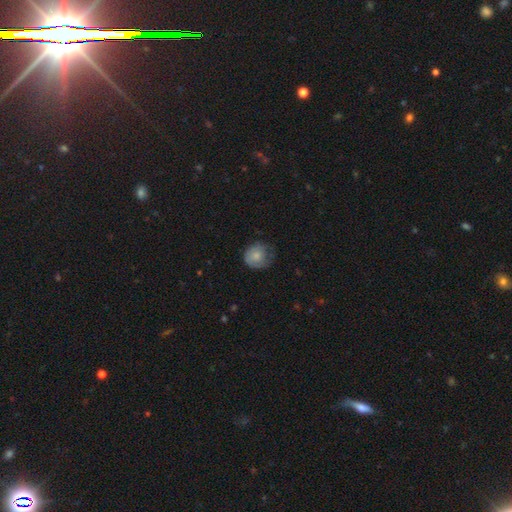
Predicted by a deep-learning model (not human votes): Smooth or featured?
  - smooth: 73% *
  - featured or disk: 20%
  - star or artifact: 7%
How rounded?
  - round: 83% *
  - in between: 16%
  - cigar-shaped: 1%
Merging?
  - none: 53% *
  - minor disturbance: 30%
  - major disturbance: 15%
  - merger: 1%